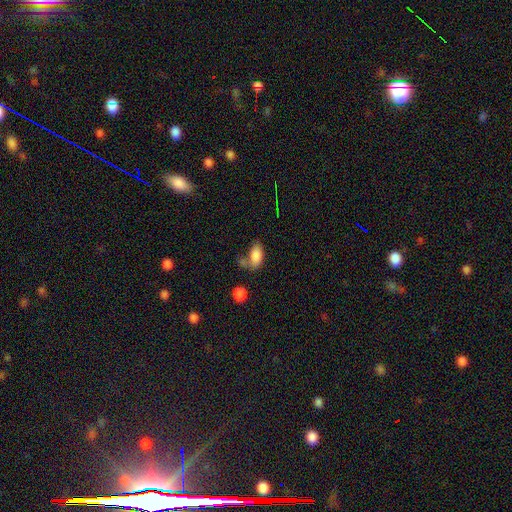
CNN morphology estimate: Q: Smooth or featured?
A: smooth (83%); runner-up: star or artifact (9%)
Q: How rounded?
A: in between (91%); runner-up: round (7%)
Q: Merging?
A: none (39%); runner-up: merger (29%)